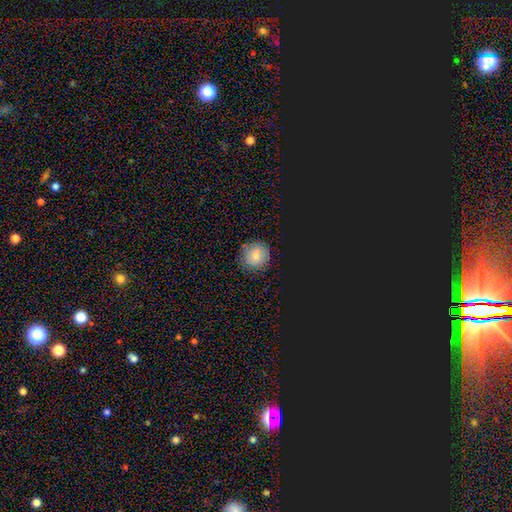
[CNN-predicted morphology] A smooth galaxy with no disk features (70%) that is round (89%).

Vote fractions:
- Smooth or featured? smooth: 70% / star or artifact: 20% / featured or disk: 10%
- How rounded? round: 89% / in between: 10% / cigar-shaped: 1%
- Merging? none: 87% / minor disturbance: 9% / major disturbance: 2% / merger: 1%